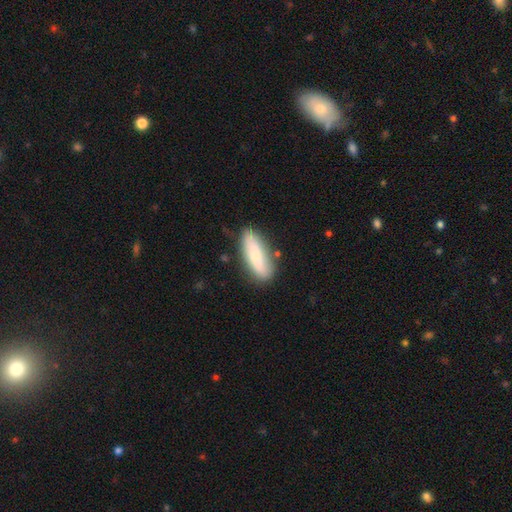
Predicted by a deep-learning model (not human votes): Smooth or featured?
  - smooth: 67% *
  - featured or disk: 27%
  - star or artifact: 6%
How rounded?
  - in between: 50% *
  - cigar-shaped: 47%
  - round: 2%
Merging?
  - none: 79% *
  - minor disturbance: 15%
  - major disturbance: 3%
  - merger: 3%